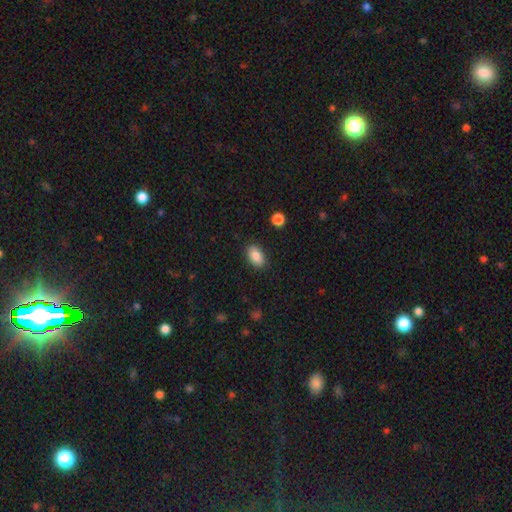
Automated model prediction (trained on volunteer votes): Smooth or featured? Predicted: smooth (p=0.87). How rounded? Predicted: in between (p=0.91). Merging? Predicted: none (p=0.88).